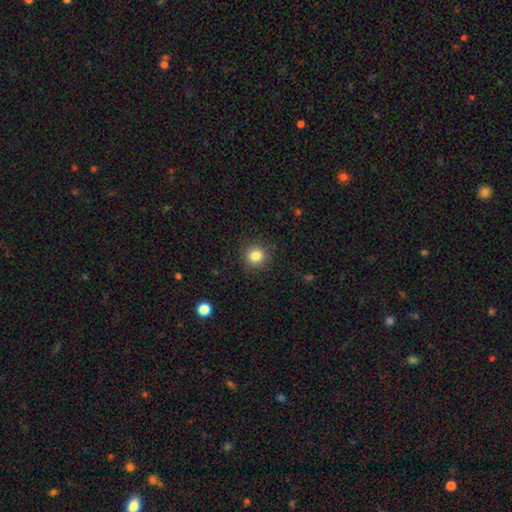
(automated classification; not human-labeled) Smooth or featured? smooth (83%)
How rounded? round (92%)
Merging? none (90%)